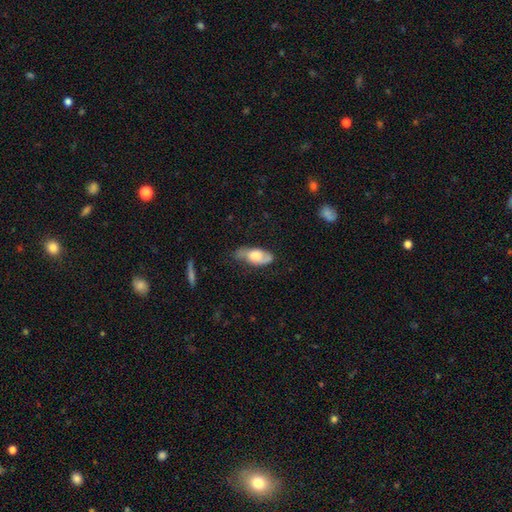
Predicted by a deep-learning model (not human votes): Overall: smooth (50%; featured or disk 44%). Merging: none (55%; minor disturbance 32%).